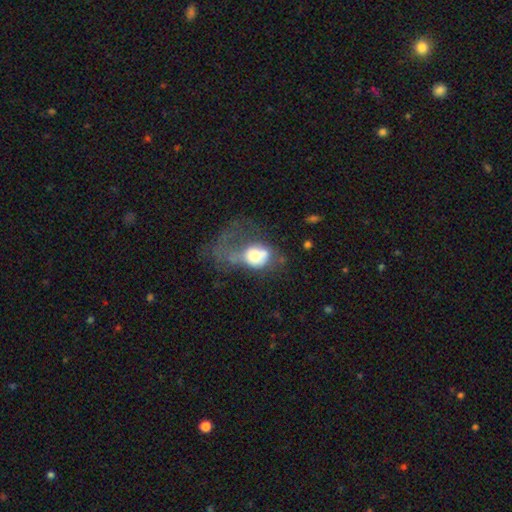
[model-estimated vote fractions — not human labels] Smooth or featured: smooth — 59% (featured or disk — 31%)
How rounded: in between — 51% (round — 48%)
Merging: major disturbance — 53% (merger — 19%)